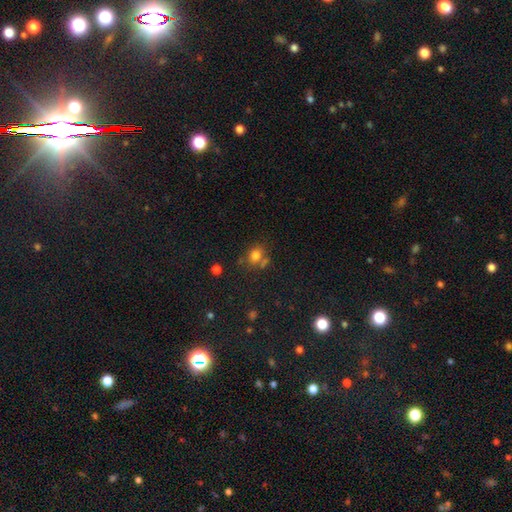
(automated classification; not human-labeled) Morphology: type=smooth (76%); roundness=round (57%); merging=none (60%).